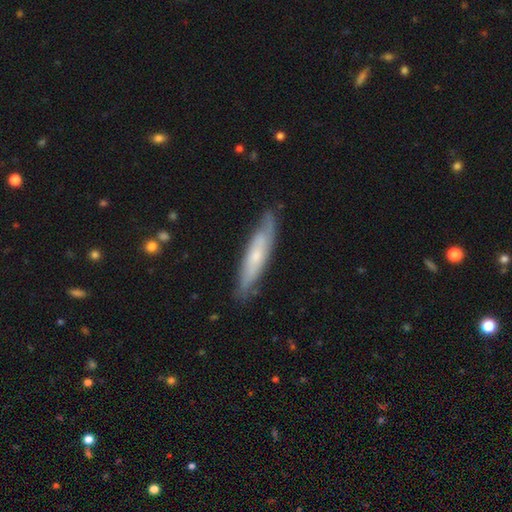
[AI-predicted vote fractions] featured or disk 54%, smooth 41%, star or artifact 6%. Down the decision tree: edge-on disk — yes (57%); merging — none (79%).